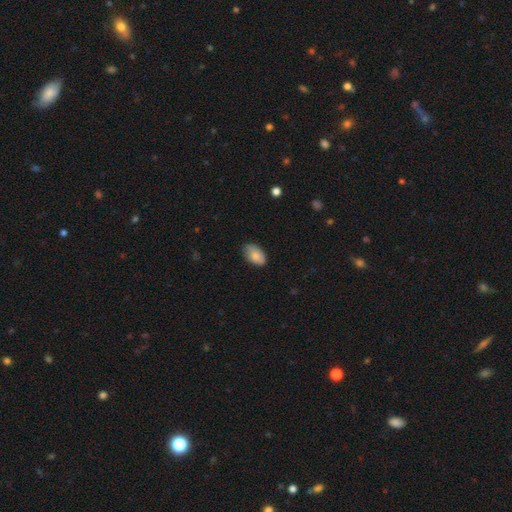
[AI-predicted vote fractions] Smooth or featured? Predicted: smooth (p=0.82). How rounded? Predicted: in between (p=0.93). Merging? Predicted: none (p=0.75).